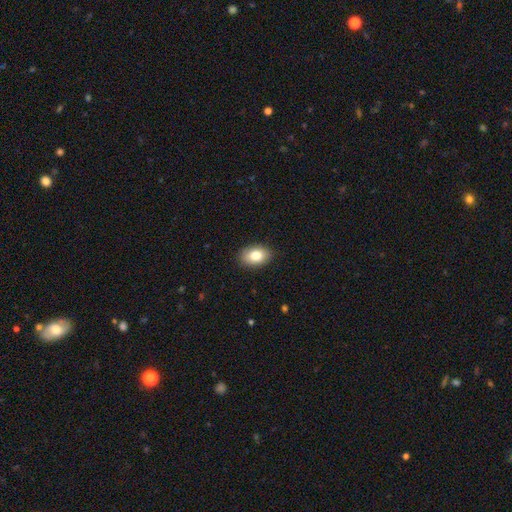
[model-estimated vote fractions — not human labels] A smooth galaxy with no disk features (82%) that is in between round and cigar-shaped (85%).

Vote fractions:
- Smooth or featured? smooth: 82% / featured or disk: 10% / star or artifact: 8%
- How rounded? in between: 85% / round: 14% / cigar-shaped: 1%
- Merging? none: 88% / minor disturbance: 9% / major disturbance: 2% / merger: 1%